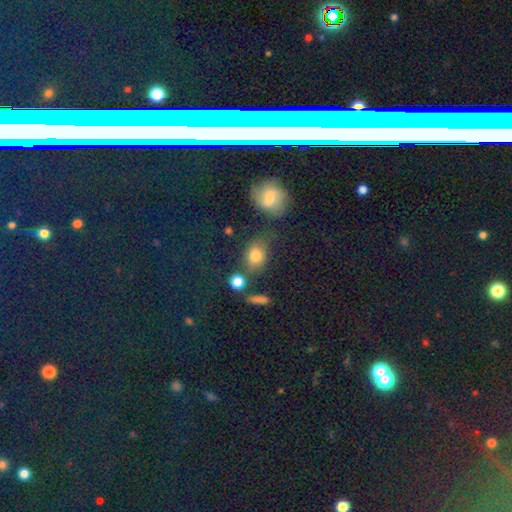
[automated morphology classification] smooth-or-featured: smooth: 76% | star or artifact: 13% | featured or disk: 11%
  how-rounded: in between: 64% | round: 34% | cigar-shaped: 2%
  merging: none: 64% | minor disturbance: 18% | merger: 11% | major disturbance: 7%